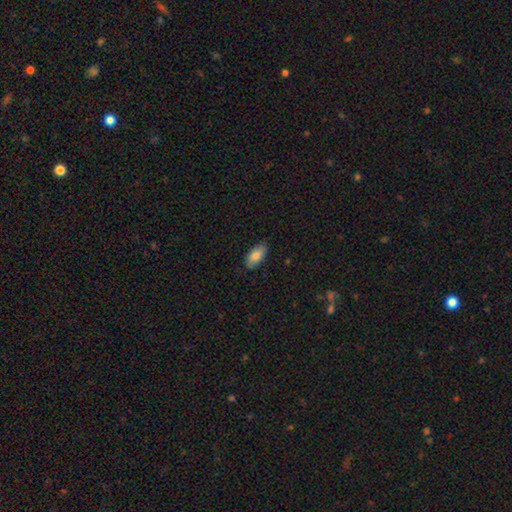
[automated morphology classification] A smooth galaxy with no disk features (81%) that is in between round and cigar-shaped (92%).

Vote fractions:
- Smooth or featured? smooth: 81% / featured or disk: 13% / star or artifact: 6%
- How rounded? in between: 92% / cigar-shaped: 5% / round: 3%
- Merging? none: 83% / minor disturbance: 14% / major disturbance: 2% / merger: 1%